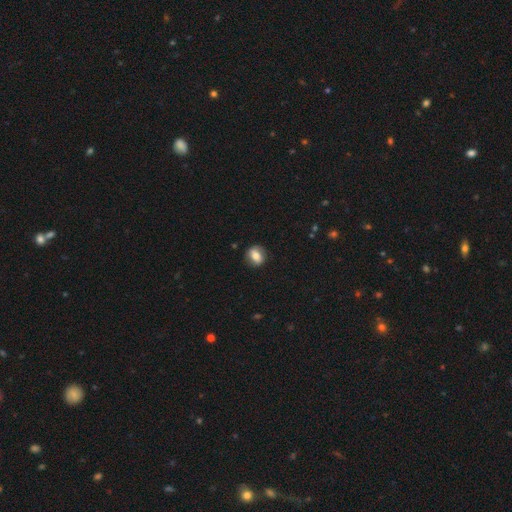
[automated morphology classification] The model was most divided on "how rounded": round: 61%, in between: 37%, cigar-shaped: 2%. More confident: merging — none (86%); smooth or featured — smooth (67%).